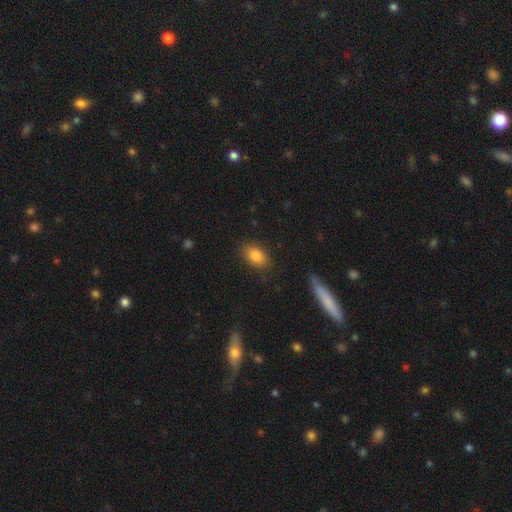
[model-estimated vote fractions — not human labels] The model was most divided on "merging": none: 85%, minor disturbance: 11%, major disturbance: 3%, merger: 1%. More confident: how rounded — in between (87%); smooth or featured — smooth (85%).